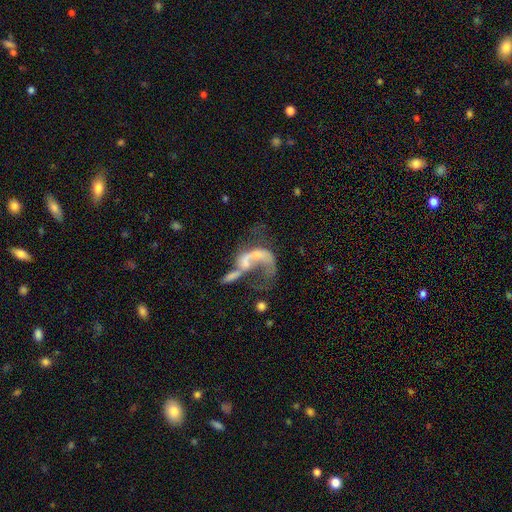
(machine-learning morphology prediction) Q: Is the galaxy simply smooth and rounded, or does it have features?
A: featured or disk — 70%.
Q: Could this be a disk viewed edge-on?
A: no — 96%.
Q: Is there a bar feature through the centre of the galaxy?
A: no — 71%.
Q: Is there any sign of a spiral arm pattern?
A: yes — 50%, tied with no.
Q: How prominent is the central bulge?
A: none — 38%.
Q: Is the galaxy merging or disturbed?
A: merger — 52%.